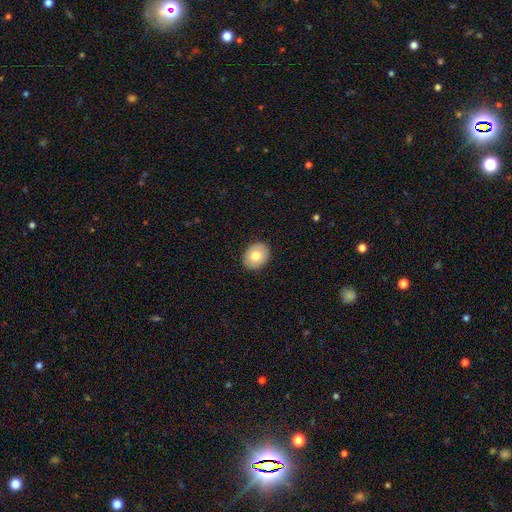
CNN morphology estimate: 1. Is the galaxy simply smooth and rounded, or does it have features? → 76% smooth, 16% featured or disk, 7% star or artifact.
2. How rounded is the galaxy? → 57% in between, 42% round, 1% cigar-shaped.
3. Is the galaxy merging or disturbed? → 89% none, 8% minor disturbance, 2% major disturbance, 1% merger.